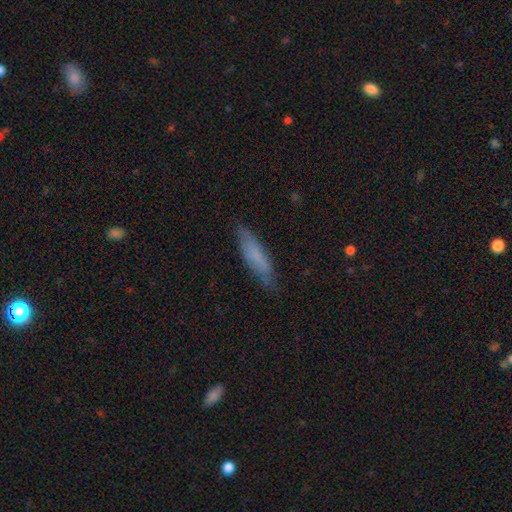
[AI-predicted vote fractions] Smooth or featured? Predicted: smooth (p=0.66). How rounded? Predicted: cigar-shaped (p=0.75). Merging? Predicted: none (p=0.77).